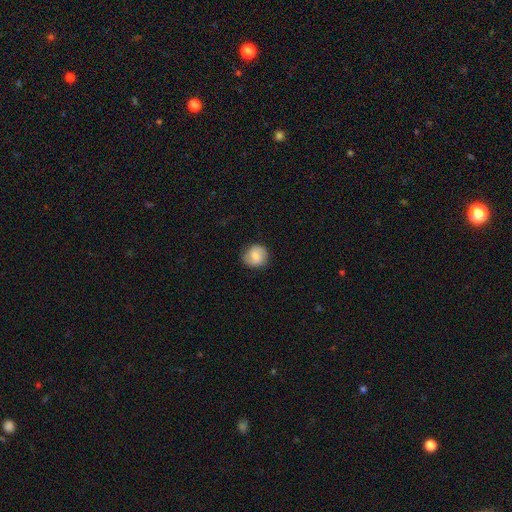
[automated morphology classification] Smooth or featured? smooth (74%)
How rounded? round (87%)
Merging? none (83%)